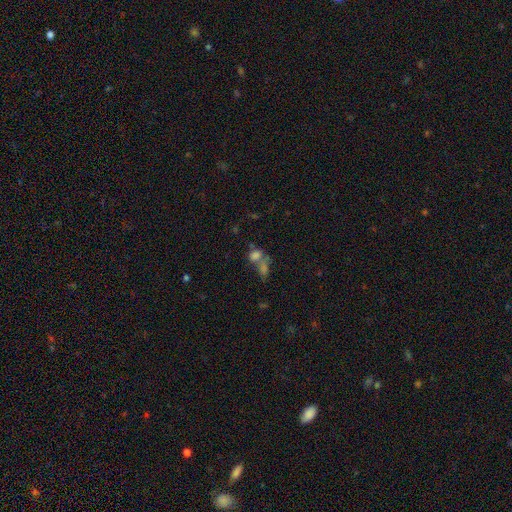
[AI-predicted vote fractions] Smooth or featured?
  - smooth: 69% *
  - star or artifact: 16%
  - featured or disk: 15%
How rounded?
  - in between: 69% *
  - round: 27%
  - cigar-shaped: 4%
Merging?
  - merger: 57% *
  - none: 25%
  - minor disturbance: 9%
  - major disturbance: 9%